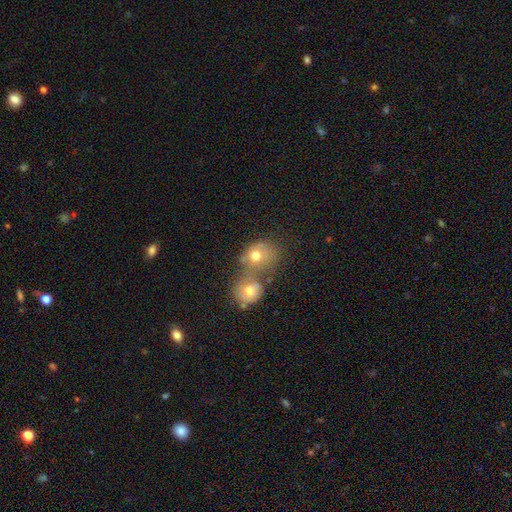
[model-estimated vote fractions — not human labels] The model was most divided on "merging": merger: 61%, none: 25%, minor disturbance: 8%, major disturbance: 5%. More confident: smooth or featured — smooth (70%); how rounded — round (70%).